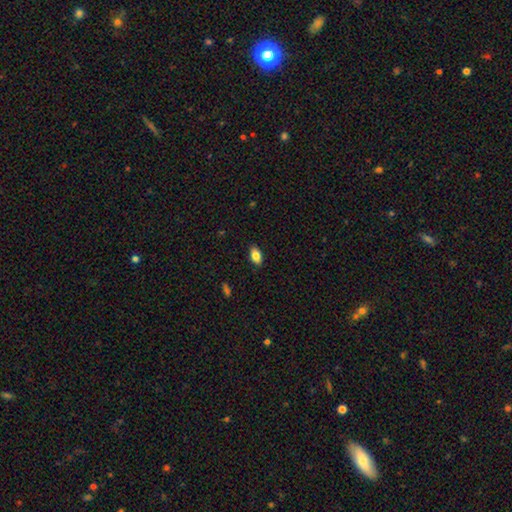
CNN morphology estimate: Smooth or featured: smooth — 82% (featured or disk — 10%)
How rounded: in between — 91% (round — 5%)
Merging: none — 88% (minor disturbance — 9%)